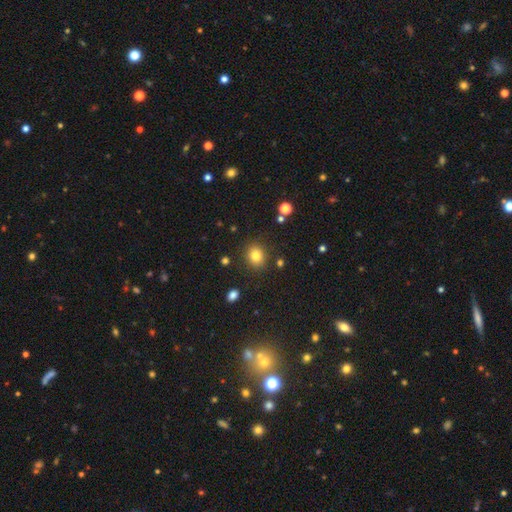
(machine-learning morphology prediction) type=smooth (81%); roundness=round (70%); merging=none (86%).